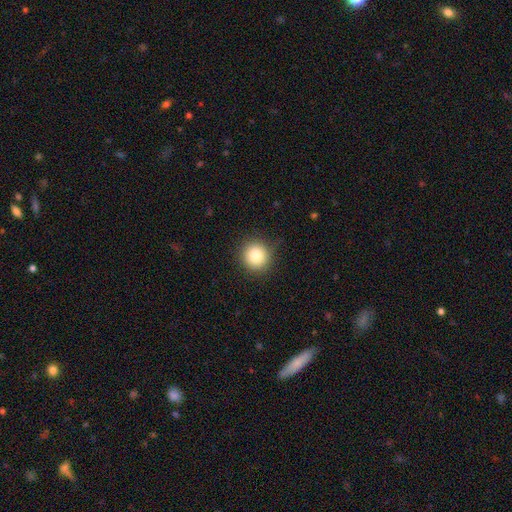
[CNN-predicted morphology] Smooth or featured? Predicted: smooth (p=0.83). How rounded? Predicted: round (p=0.94). Merging? Predicted: none (p=0.88).